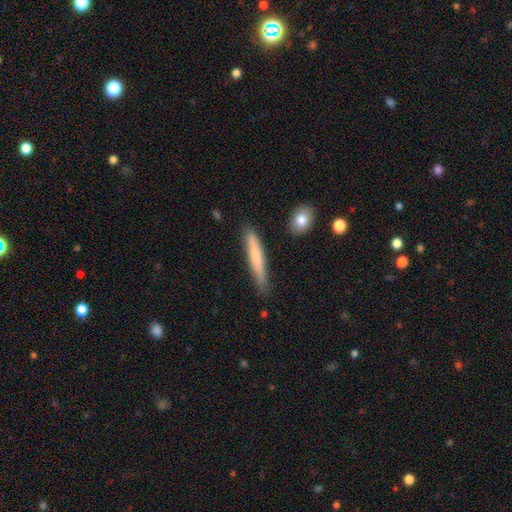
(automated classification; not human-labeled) Smooth or featured?
  - smooth: 69% *
  - featured or disk: 25%
  - star or artifact: 6%
How rounded?
  - cigar-shaped: 94% *
  - in between: 4%
  - round: 1%
Merging?
  - none: 81% *
  - minor disturbance: 14%
  - major disturbance: 3%
  - merger: 2%